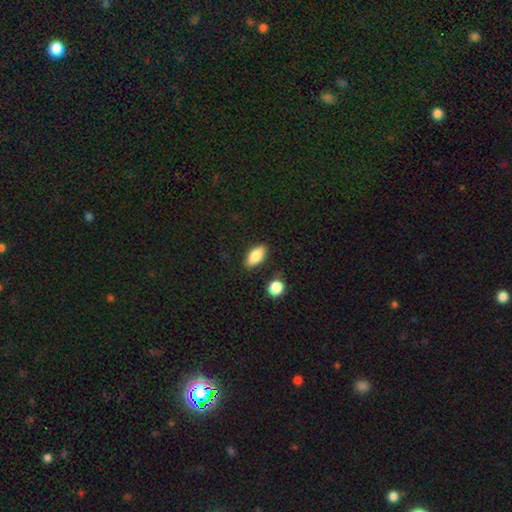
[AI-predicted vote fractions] Q: Smooth or featured?
A: smooth (82%); runner-up: featured or disk (11%)
Q: How rounded?
A: in between (87%); runner-up: cigar-shaped (8%)
Q: Merging?
A: none (84%); runner-up: minor disturbance (10%)